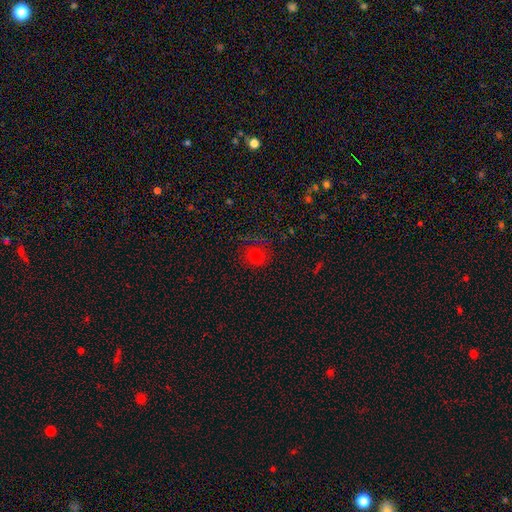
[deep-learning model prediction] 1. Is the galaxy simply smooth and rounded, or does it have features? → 73% smooth, 17% star or artifact, 10% featured or disk.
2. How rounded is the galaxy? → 84% round, 15% in between, 1% cigar-shaped.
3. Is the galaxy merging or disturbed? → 75% none, 16% minor disturbance, 7% major disturbance, 2% merger.